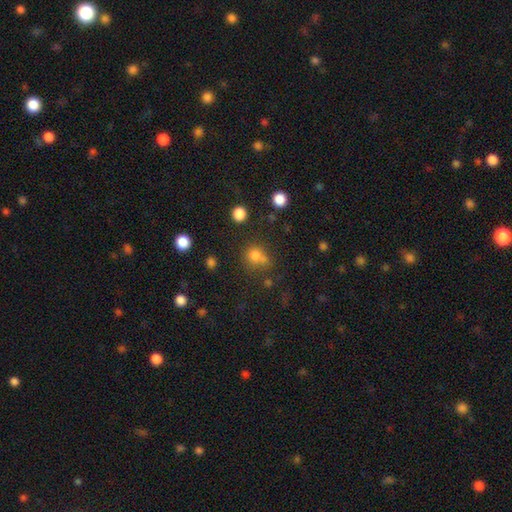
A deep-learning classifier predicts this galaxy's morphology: Smooth or featured? Predicted: smooth (p=0.74). How rounded? Predicted: round (p=0.78). Merging? Predicted: none (p=0.50).